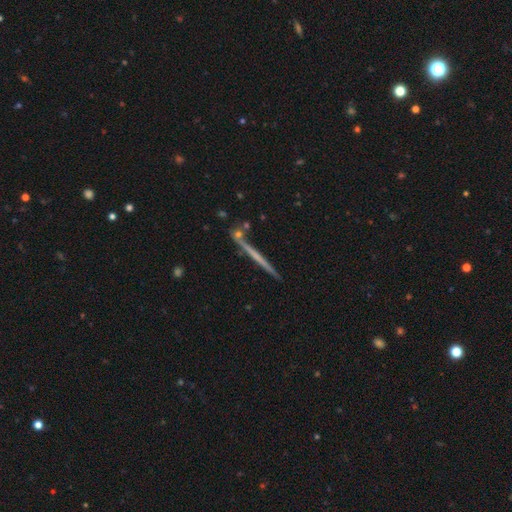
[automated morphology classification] The model was most divided on "smooth or featured": featured or disk: 61%, smooth: 33%, star or artifact: 7%. More confident: edge-on disk — yes (98%); merging — none (85%); edge-on bulge — none (84%).